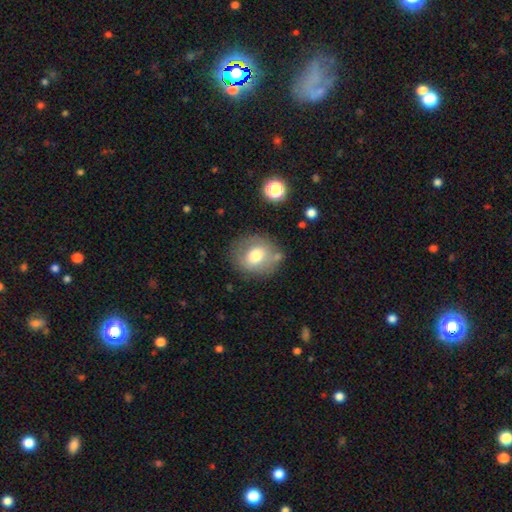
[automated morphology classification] Smooth or featured: smooth — 66% (featured or disk — 24%)
How rounded: round — 75% (in between — 24%)
Merging: none — 71% (minor disturbance — 17%)